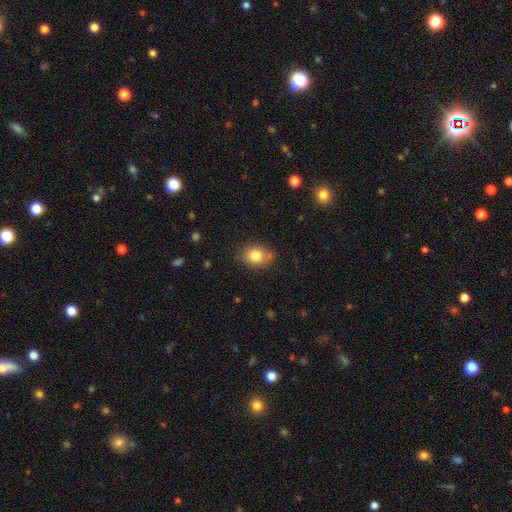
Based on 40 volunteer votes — A smooth galaxy with no disk features (75%) that is round (57%). Merging: none (77%).